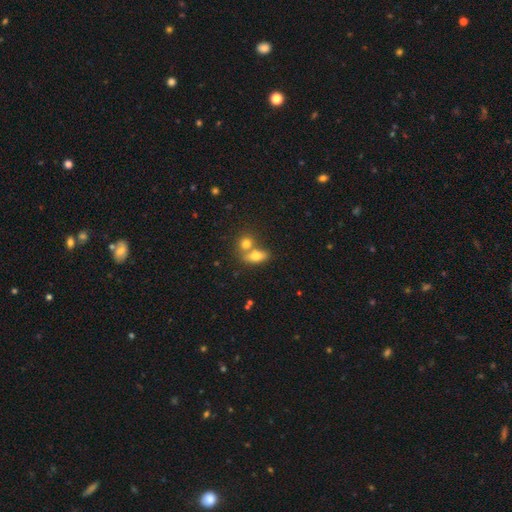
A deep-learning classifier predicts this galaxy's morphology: Overall: smooth (52%; star or artifact 32%). How rounded: round (60%; in between 35%). Merging: none (43%; merger 42%).